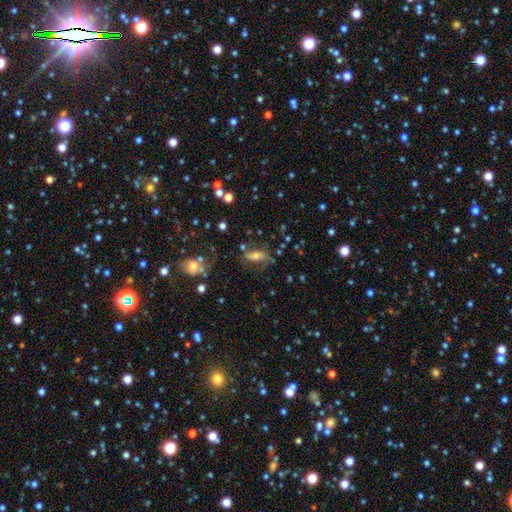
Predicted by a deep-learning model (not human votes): Q: Smooth or featured?
A: smooth (44%); runner-up: featured or disk (36%)
Q: Merging?
A: none (62%); runner-up: minor disturbance (21%)